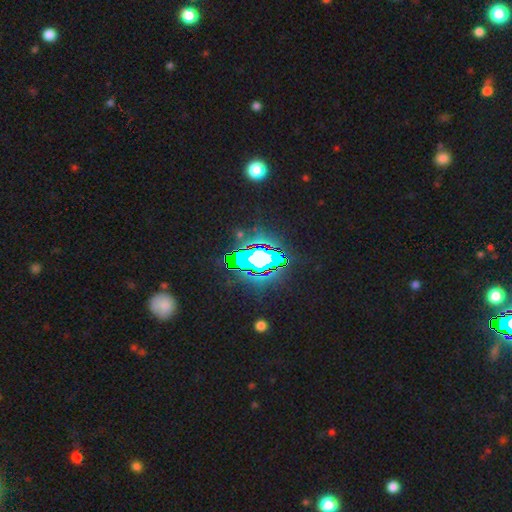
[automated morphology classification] Smooth or featured?
  - star or artifact: 68% *
  - smooth: 17%
  - featured or disk: 15%